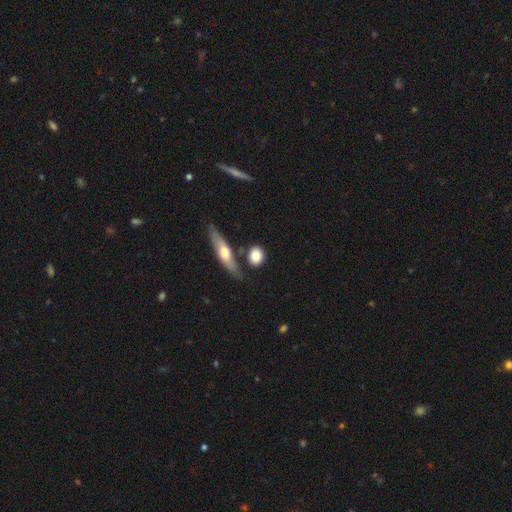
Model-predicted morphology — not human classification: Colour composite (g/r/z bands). It shows a smooth galaxy with no disk features (80%) that is round (57%). Merging: none (69%).